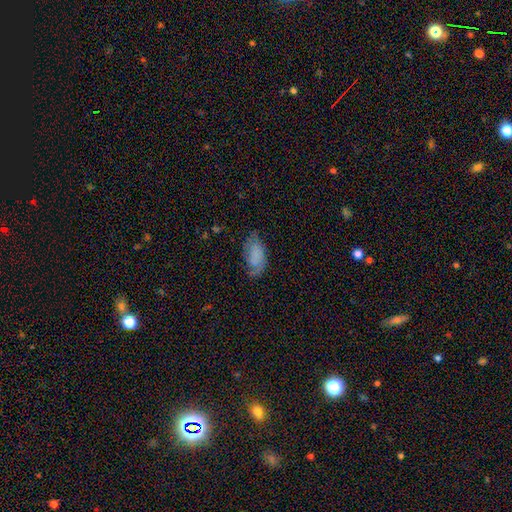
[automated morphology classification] A smooth galaxy with no disk features (60%) that is in between round and cigar-shaped (93%). Merging: none (58%).